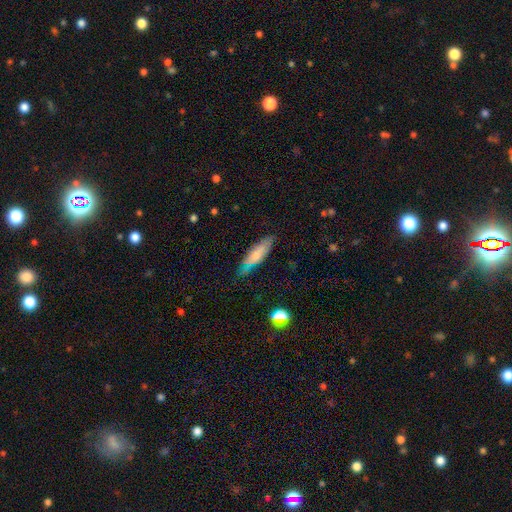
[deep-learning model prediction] Smooth or featured: smooth — 59% (featured or disk — 34%)
How rounded: cigar-shaped — 59% (in between — 39%)
Merging: none — 69% (minor disturbance — 24%)